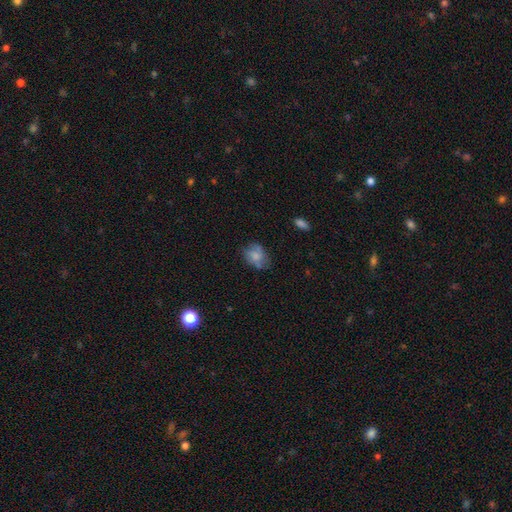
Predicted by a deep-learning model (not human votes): The model was most divided on "how rounded": in between: 58%, round: 41%, cigar-shaped: 1%. More confident: smooth or featured — smooth (69%); merging — none (56%).